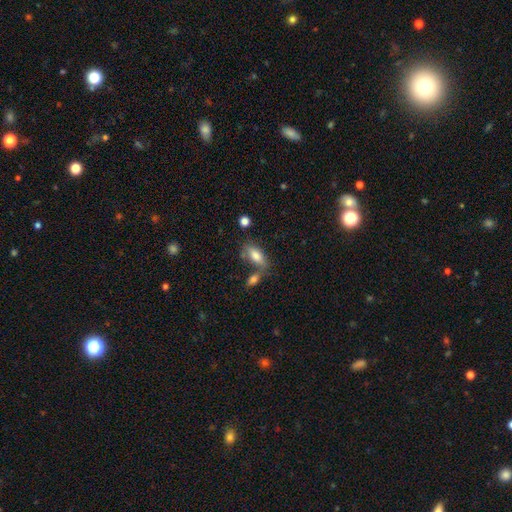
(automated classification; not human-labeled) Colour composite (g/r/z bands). It shows a smooth galaxy with no disk features (77%) that is in between round and cigar-shaped (81%). Merging: none (54%).